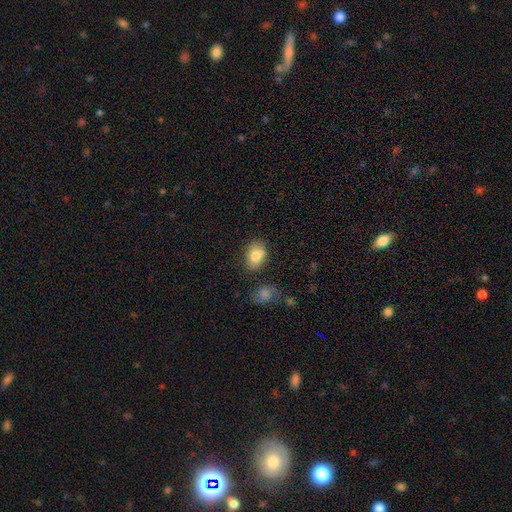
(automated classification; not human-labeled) smooth_or_featured: smooth (p=0.80) [alt: featured or disk p=0.12]
how_rounded: in between (p=0.75) [alt: round p=0.23]
merging: none (p=0.68) [alt: minor disturbance p=0.19]